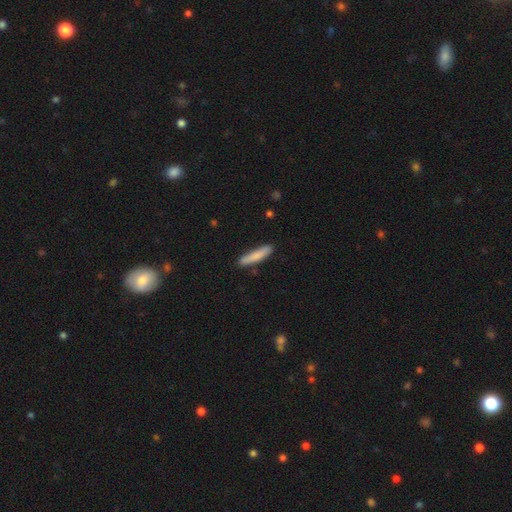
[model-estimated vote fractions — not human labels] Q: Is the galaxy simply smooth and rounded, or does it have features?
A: smooth — 82%.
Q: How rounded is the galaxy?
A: cigar-shaped — 86%.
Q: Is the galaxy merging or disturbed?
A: none — 86%.